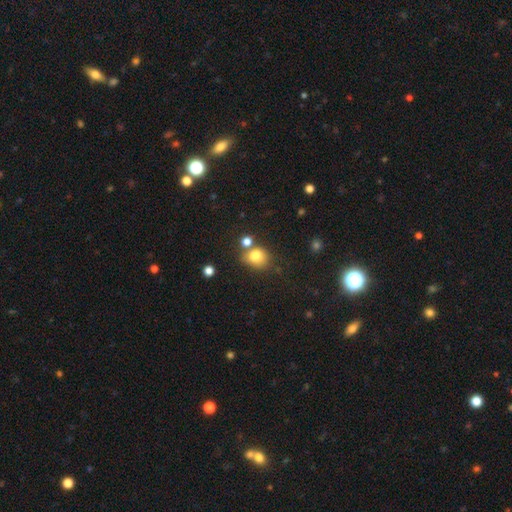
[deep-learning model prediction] This appears to be a smooth galaxy with no disk features (80%) that is round (64%). Merging: none (60%).